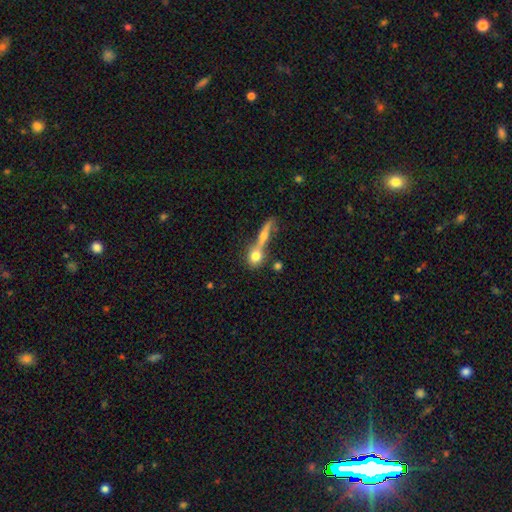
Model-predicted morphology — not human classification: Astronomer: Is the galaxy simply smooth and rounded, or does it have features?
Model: smooth — 74%.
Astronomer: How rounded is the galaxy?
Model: round — 63%.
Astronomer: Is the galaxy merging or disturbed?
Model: merger — 44% (runner-up: none, 38%).